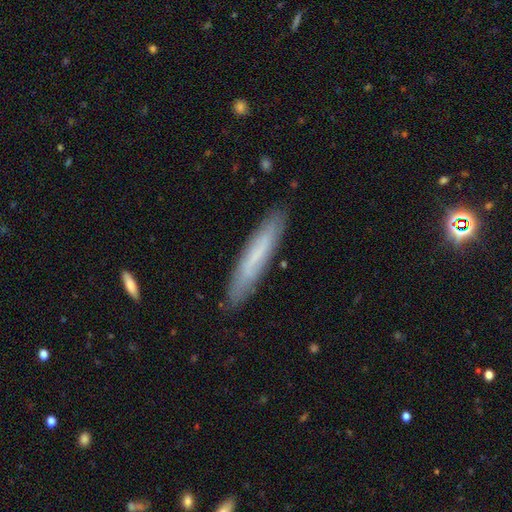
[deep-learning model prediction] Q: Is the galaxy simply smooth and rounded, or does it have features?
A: smooth — 58%.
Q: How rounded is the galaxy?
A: cigar-shaped — 90%.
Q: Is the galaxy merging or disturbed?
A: none — 85%.